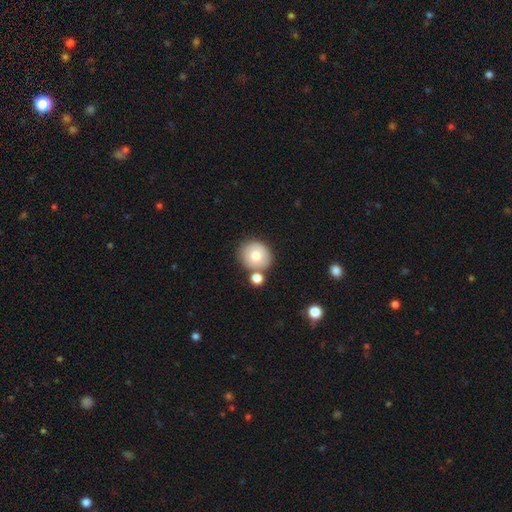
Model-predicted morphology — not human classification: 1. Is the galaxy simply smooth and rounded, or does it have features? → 75% smooth, 16% featured or disk, 9% star or artifact.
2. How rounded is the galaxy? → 86% round, 13% in between, 1% cigar-shaped.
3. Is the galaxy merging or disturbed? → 66% none, 20% merger, 11% minor disturbance, 3% major disturbance.